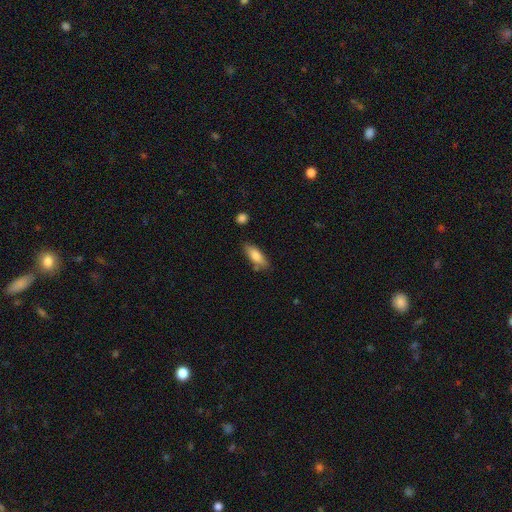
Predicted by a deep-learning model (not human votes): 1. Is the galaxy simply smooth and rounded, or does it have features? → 80% smooth, 14% featured or disk, 6% star or artifact.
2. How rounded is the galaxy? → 69% in between, 29% cigar-shaped, 2% round.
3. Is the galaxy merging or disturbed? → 76% none, 16% minor disturbance, 4% merger, 3% major disturbance.